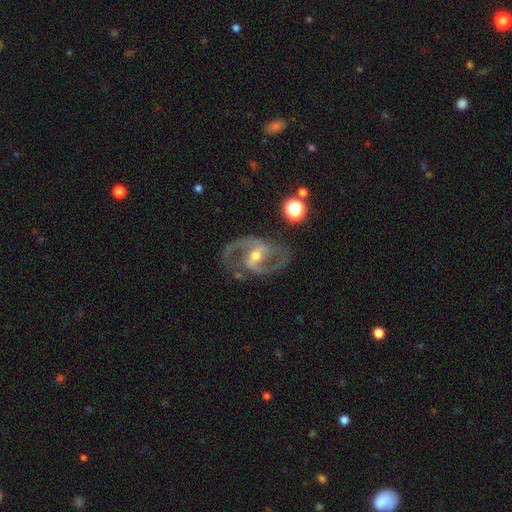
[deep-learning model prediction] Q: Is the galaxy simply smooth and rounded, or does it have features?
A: featured or disk — 90%.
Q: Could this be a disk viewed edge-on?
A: no — 97%.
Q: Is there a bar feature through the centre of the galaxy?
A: strong — 42%.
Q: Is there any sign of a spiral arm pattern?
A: yes — 96%.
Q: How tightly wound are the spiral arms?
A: medium — 63%.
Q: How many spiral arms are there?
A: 2 — 92%.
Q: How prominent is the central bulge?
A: moderate — 60%.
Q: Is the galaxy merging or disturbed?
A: none — 76%.